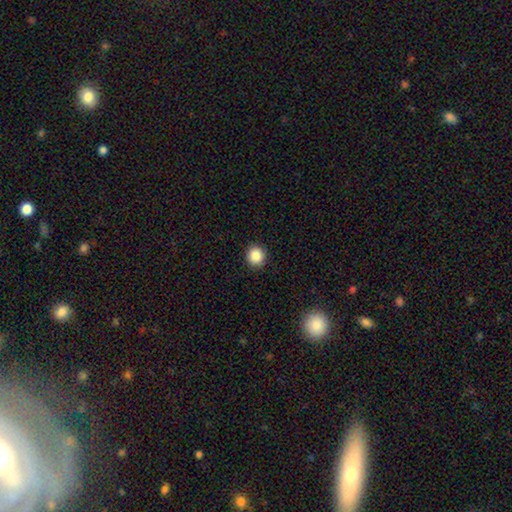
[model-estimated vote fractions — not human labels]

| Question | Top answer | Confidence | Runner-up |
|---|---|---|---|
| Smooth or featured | smooth | 87% | star or artifact (9%) |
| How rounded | round | 91% | in between (8%) |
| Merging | none | 92% | minor disturbance (5%) |